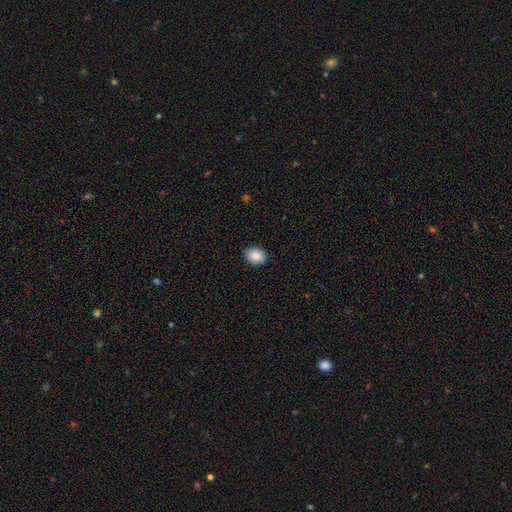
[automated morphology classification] A smooth galaxy with no disk features (87%) that is in between round and cigar-shaped (59%). Merging: none (89%).